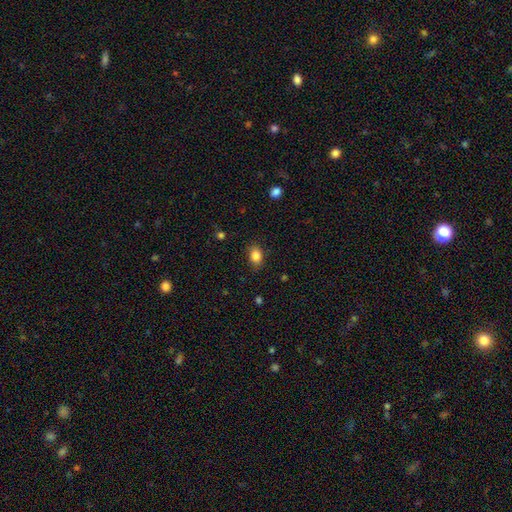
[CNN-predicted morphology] Overall: smooth (85%). How rounded: in between (72%). Merging: none (83%).